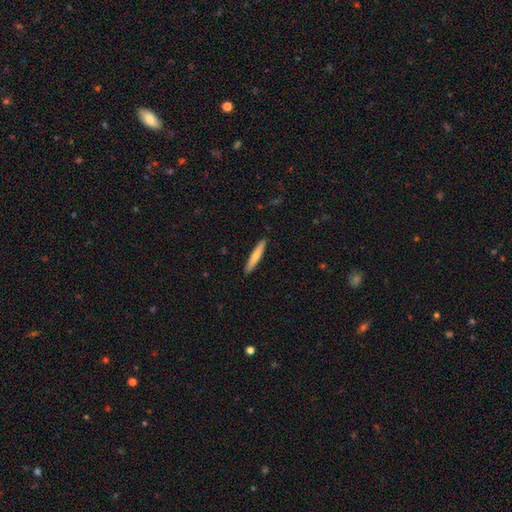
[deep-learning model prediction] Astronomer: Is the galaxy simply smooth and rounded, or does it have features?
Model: smooth — 69%.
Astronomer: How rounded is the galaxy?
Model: cigar-shaped — 94%.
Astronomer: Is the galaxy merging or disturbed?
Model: none — 91%.